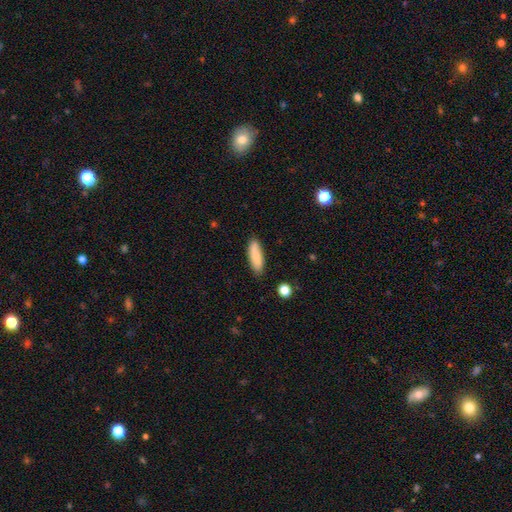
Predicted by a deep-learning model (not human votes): Q: Smooth or featured?
A: smooth (84%); runner-up: featured or disk (10%)
Q: How rounded?
A: cigar-shaped (57%); runner-up: in between (41%)
Q: Merging?
A: none (85%); runner-up: minor disturbance (12%)